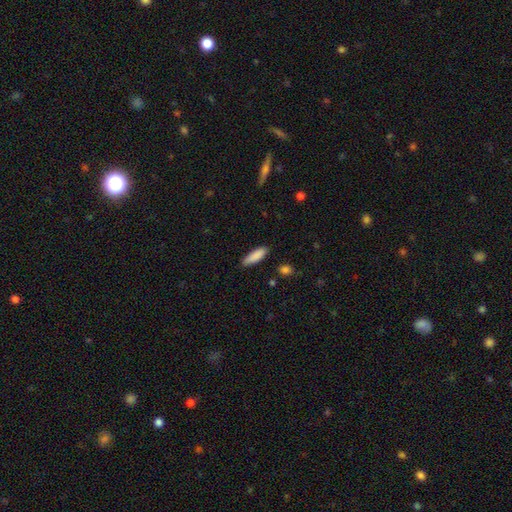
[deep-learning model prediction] Smooth or featured?
  - smooth: 88% *
  - star or artifact: 6%
  - featured or disk: 6%
How rounded?
  - cigar-shaped: 55% *
  - in between: 44%
  - round: 2%
Merging?
  - none: 85% *
  - minor disturbance: 12%
  - major disturbance: 2%
  - merger: 2%